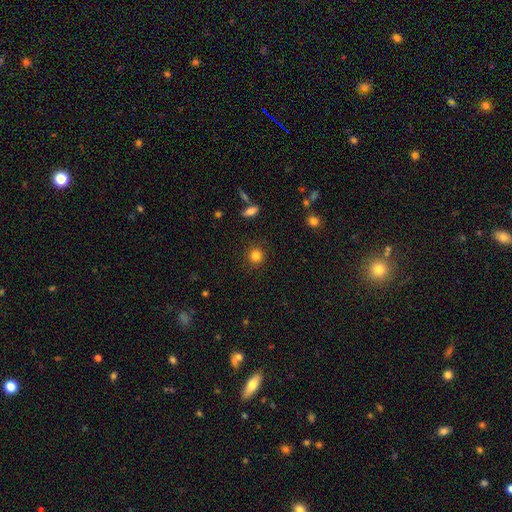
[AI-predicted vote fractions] Smooth or featured? smooth (83%)
How rounded? round (92%)
Merging? none (90%)